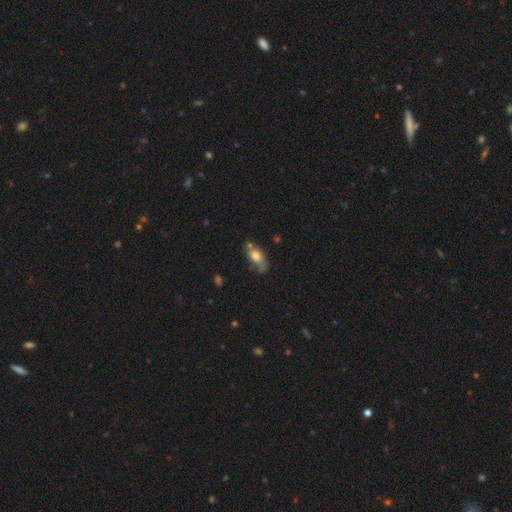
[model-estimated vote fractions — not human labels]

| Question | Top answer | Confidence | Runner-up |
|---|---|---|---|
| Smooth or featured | smooth | 70% | featured or disk (21%) |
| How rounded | in between | 83% | round (11%) |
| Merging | none | 46% | minor disturbance (28%) |